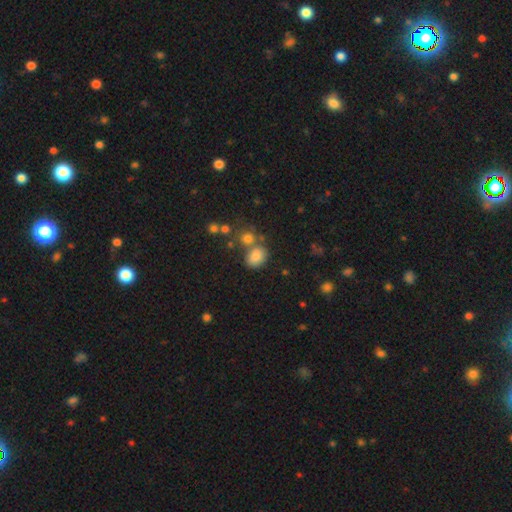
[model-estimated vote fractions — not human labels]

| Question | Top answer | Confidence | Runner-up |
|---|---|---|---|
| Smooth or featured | smooth | 78% | star or artifact (13%) |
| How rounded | in between | 59% | round (40%) |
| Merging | none | 52% | merger (28%) |